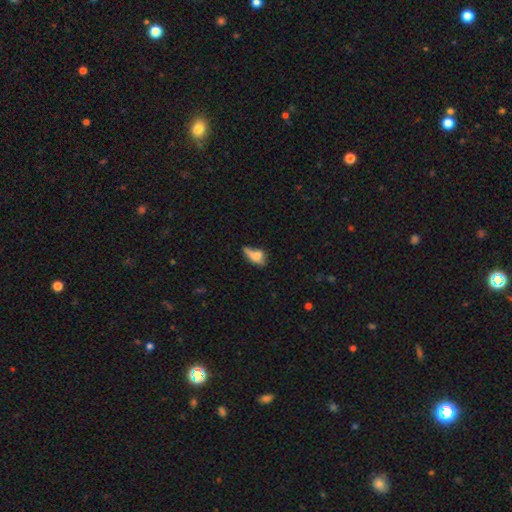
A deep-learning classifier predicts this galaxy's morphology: Smooth or featured?
  - smooth: 61% *
  - featured or disk: 28%
  - star or artifact: 11%
How rounded?
  - in between: 70% *
  - cigar-shaped: 19%
  - round: 11%
Merging?
  - none: 31% *
  - major disturbance: 27%
  - minor disturbance: 24%
  - merger: 18%